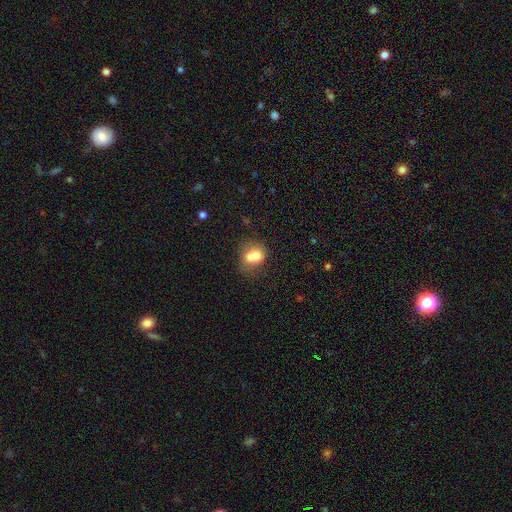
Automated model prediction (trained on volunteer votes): Smooth or featured?
  - smooth: 68% *
  - featured or disk: 22%
  - star or artifact: 10%
How rounded?
  - round: 55% *
  - in between: 44%
  - cigar-shaped: 1%
Merging?
  - merger: 56% *
  - none: 26%
  - minor disturbance: 12%
  - major disturbance: 6%